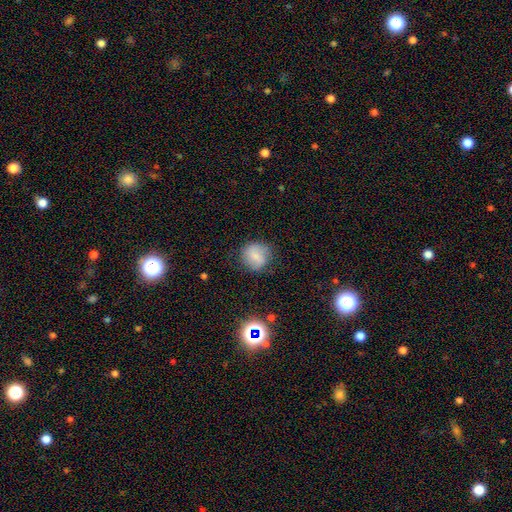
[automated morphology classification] A smooth galaxy with no disk features (73%) that is round (84%).

Vote fractions:
- Smooth or featured? smooth: 73% / featured or disk: 16% / star or artifact: 11%
- How rounded? round: 84% / in between: 15% / cigar-shaped: 1%
- Merging? none: 75% / minor disturbance: 17% / major disturbance: 6% / merger: 2%